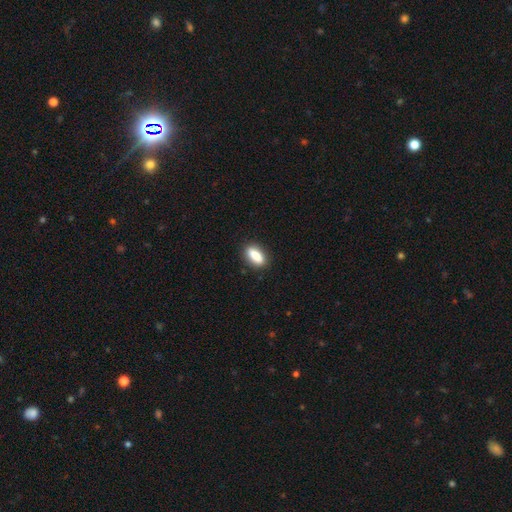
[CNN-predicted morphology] This is clearly a smooth galaxy (85%). How rounded: clearly in between (82%). Merging: clearly none (88%).